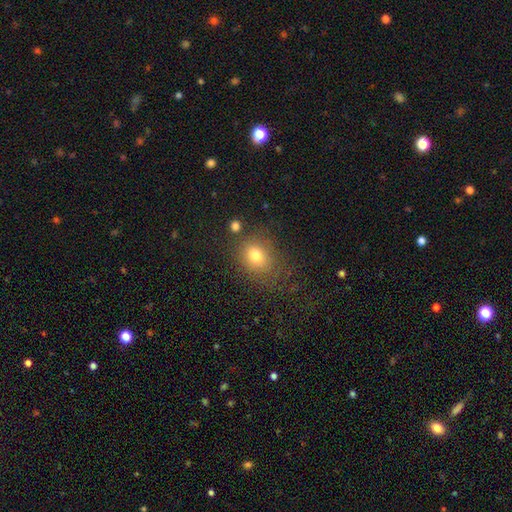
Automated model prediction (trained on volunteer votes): Smooth or featured?
  - smooth: 76% *
  - star or artifact: 14%
  - featured or disk: 10%
How rounded?
  - round: 54% *
  - in between: 45%
  - cigar-shaped: 1%
Merging?
  - none: 72% *
  - minor disturbance: 16%
  - major disturbance: 7%
  - merger: 5%